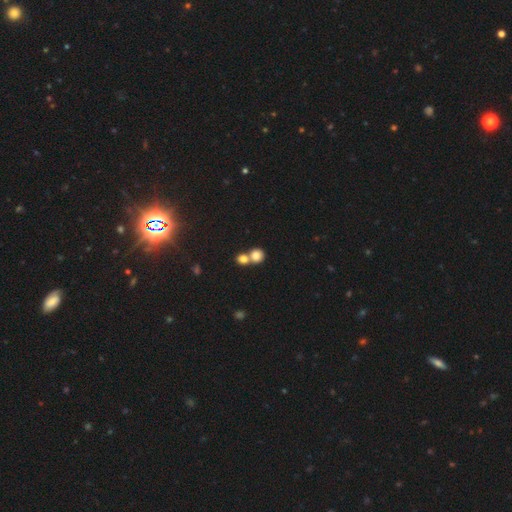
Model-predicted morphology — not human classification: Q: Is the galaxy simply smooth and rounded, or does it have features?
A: smooth — 80%.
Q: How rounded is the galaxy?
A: round — 82%.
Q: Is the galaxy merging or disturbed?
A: merger — 53%.